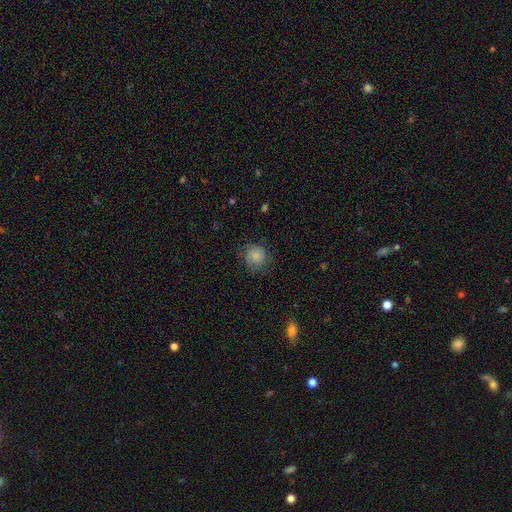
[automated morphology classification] Smooth or featured? Predicted: smooth (p=0.68). How rounded? Predicted: round (p=0.87). Merging? Predicted: none (p=0.67).